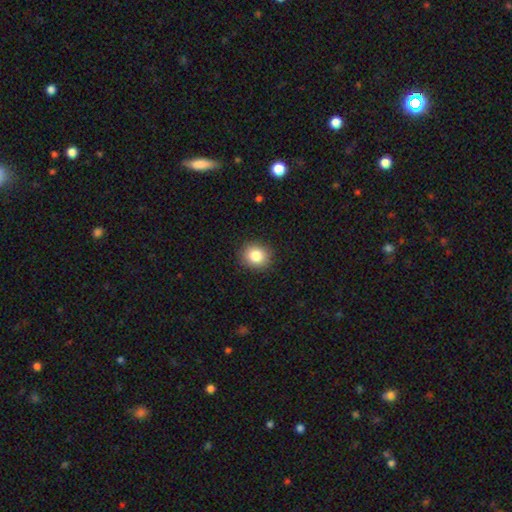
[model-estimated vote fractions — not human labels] Overall: smooth (84%). How rounded: round (78%). Merging: none (90%).